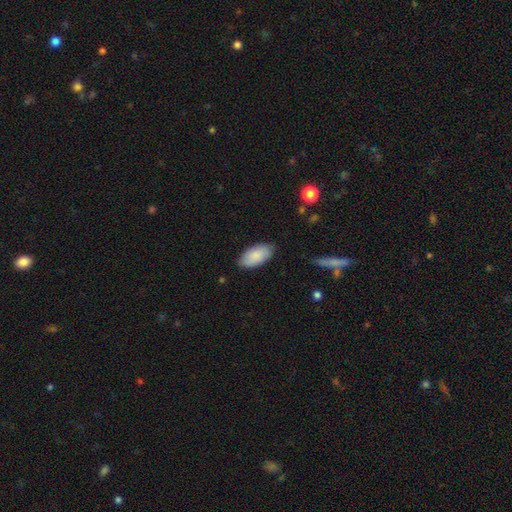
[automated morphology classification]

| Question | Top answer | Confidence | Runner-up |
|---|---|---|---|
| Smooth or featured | smooth | 87% | featured or disk (8%) |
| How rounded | in between | 95% | cigar-shaped (3%) |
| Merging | none | 82% | minor disturbance (14%) |